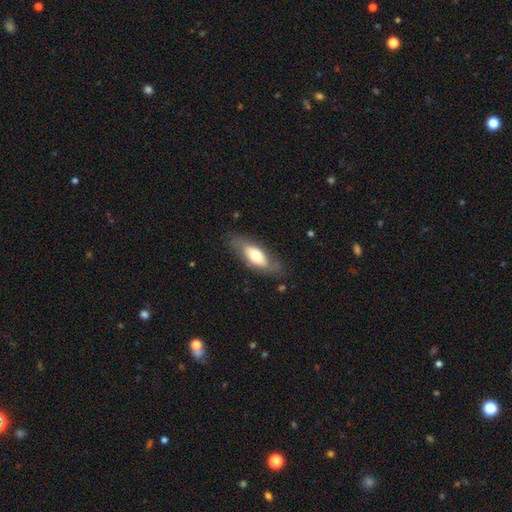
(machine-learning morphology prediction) A smooth galaxy with no disk features (57%) that is in between round and cigar-shaped (77%).

Vote fractions:
- Smooth or featured? smooth: 57% / featured or disk: 38% / star or artifact: 6%
- How rounded? in between: 77% / cigar-shaped: 20% / round: 3%
- Merging? none: 72% / minor disturbance: 19% / major disturbance: 7% / merger: 1%